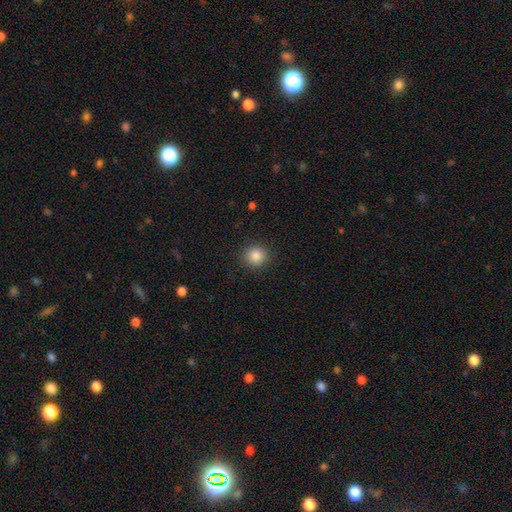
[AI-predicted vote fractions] This is clearly a smooth galaxy (86%). How rounded: clearly round (90%). Merging: clearly none (90%).